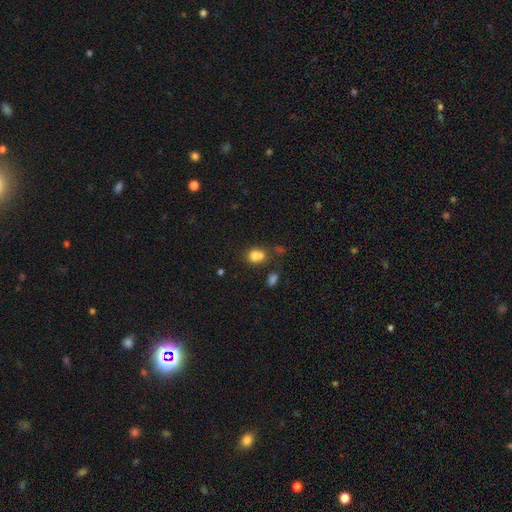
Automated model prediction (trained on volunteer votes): A smooth galaxy with no disk features (75%) that is round (64%). Merging: merger (47%).